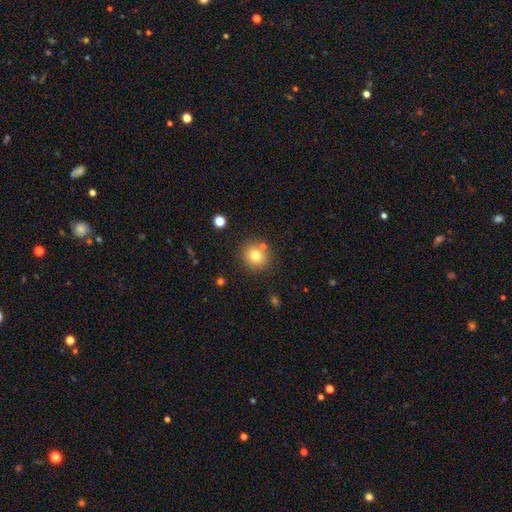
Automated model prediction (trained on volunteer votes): smooth 77%, star or artifact 13%, featured or disk 11%. Down the decision tree: how rounded — round (85%); merging — none (79%).